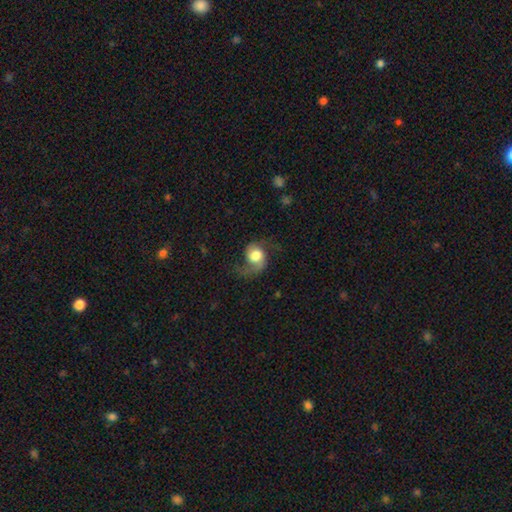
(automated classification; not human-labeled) This appears to be a featured or disk galaxy (66%) with no bar (67%), 2 (83%) loose (63%) spiral arms (93%) and a large central bulge (47%). Merging: none (58%).